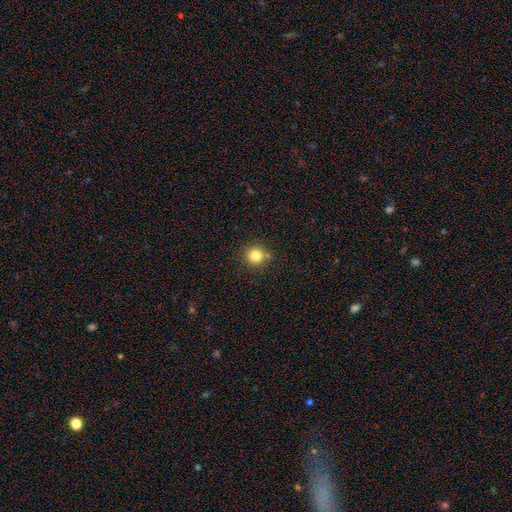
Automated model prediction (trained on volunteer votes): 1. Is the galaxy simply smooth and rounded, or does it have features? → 82% smooth, 13% star or artifact, 6% featured or disk.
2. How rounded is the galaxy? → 94% round, 5% in between, 1% cigar-shaped.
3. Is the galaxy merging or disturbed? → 82% none, 8% minor disturbance, 7% merger, 2% major disturbance.